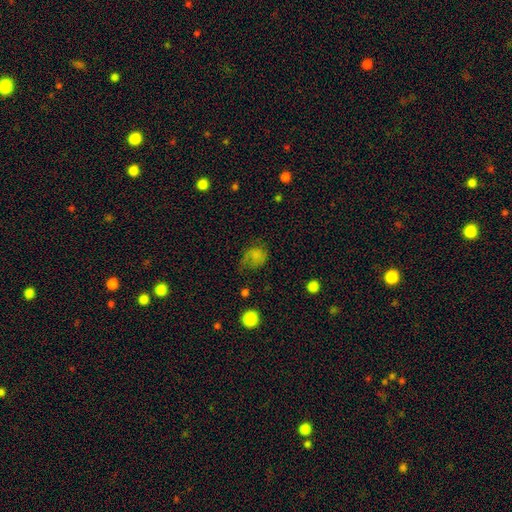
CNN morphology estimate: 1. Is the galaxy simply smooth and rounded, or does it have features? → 67% smooth, 19% featured or disk, 14% star or artifact.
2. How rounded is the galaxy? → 60% round, 39% in between, 1% cigar-shaped.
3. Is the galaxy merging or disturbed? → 41% none, 29% minor disturbance, 28% major disturbance, 3% merger.